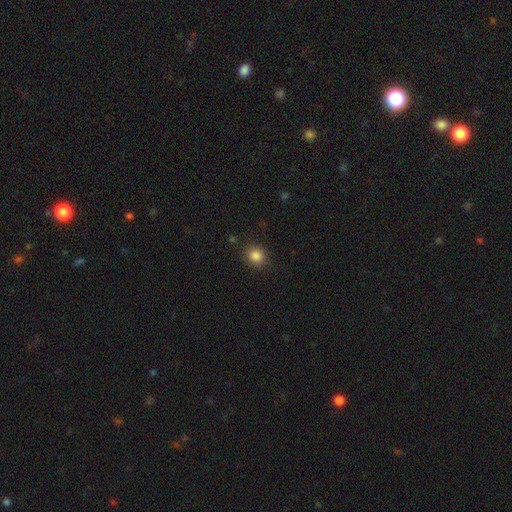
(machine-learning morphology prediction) The model was most divided on "how rounded": round: 79%, in between: 20%, cigar-shaped: 1%. More confident: merging — none (86%); smooth or featured — smooth (85%).